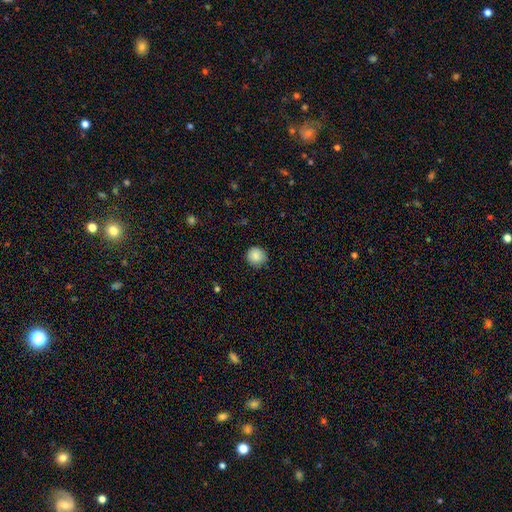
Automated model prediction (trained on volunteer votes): A smooth galaxy with no disk features (87%) that is round (93%). Merging: none (87%).